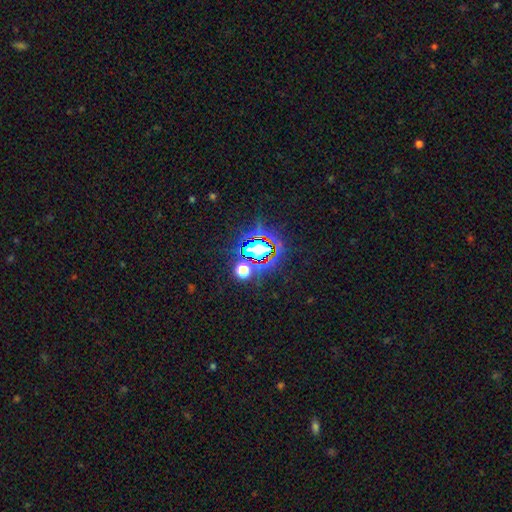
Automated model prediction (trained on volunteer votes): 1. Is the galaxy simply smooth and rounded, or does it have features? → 69% star or artifact, 21% smooth, 10% featured or disk.